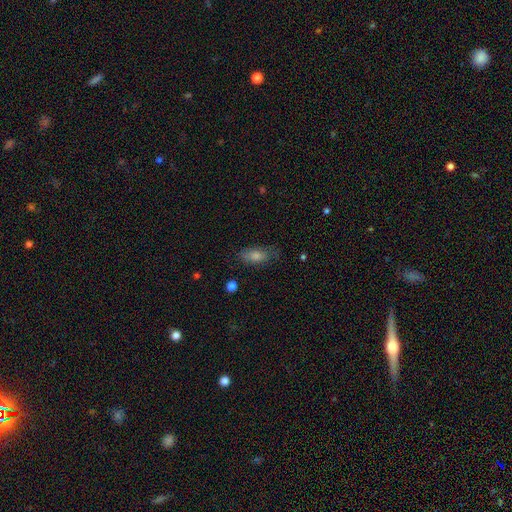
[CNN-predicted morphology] Smooth or featured? smooth (62%)
How rounded? in between (75%)
Merging? none (74%)